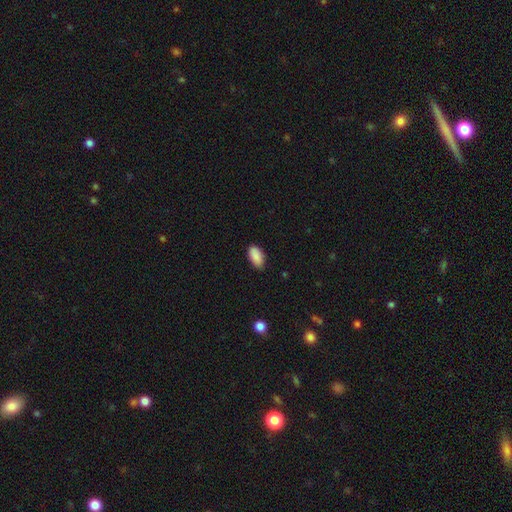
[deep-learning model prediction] Smooth or featured? smooth (89%)
How rounded? in between (94%)
Merging? none (82%)